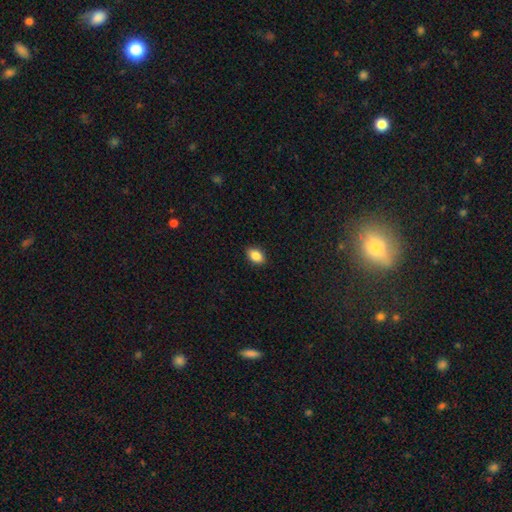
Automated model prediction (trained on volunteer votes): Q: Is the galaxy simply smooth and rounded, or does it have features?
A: smooth — 87%.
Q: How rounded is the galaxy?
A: in between — 86%.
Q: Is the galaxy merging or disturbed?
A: none — 89%.